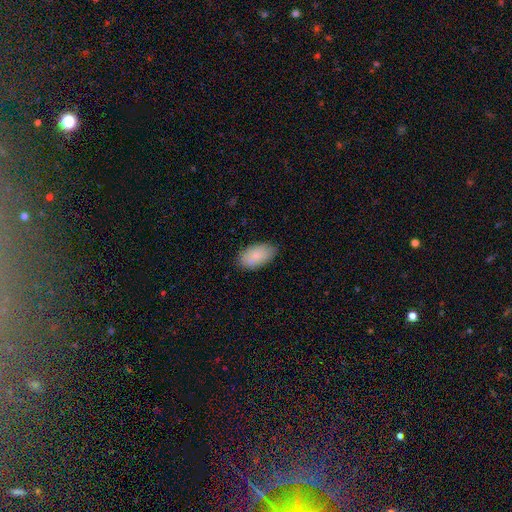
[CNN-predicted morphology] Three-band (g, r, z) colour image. It shows a smooth galaxy with no disk features (84%) that is in between round and cigar-shaped (94%). Merging: none (81%).